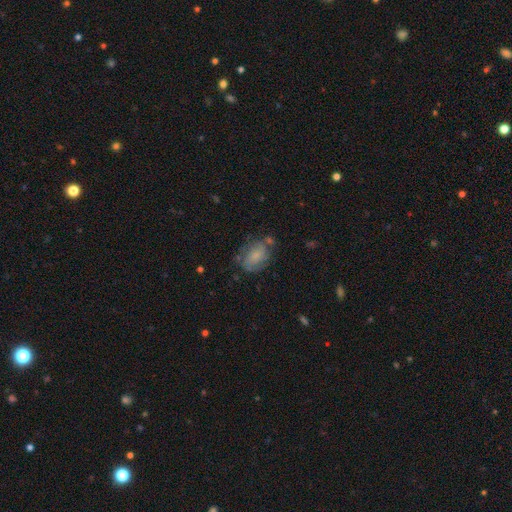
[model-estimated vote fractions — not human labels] Smooth or featured? Predicted: smooth (p=0.57). How rounded? Predicted: in between (p=0.78). Merging? Predicted: none (p=0.56).